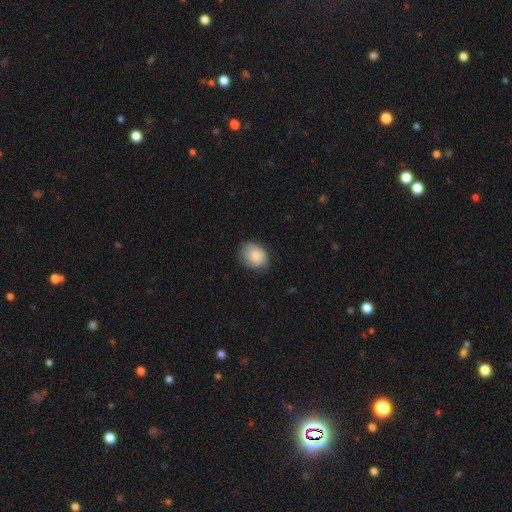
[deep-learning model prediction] Q: Smooth or featured?
A: smooth (84%); runner-up: featured or disk (9%)
Q: How rounded?
A: in between (55%); runner-up: round (44%)
Q: Merging?
A: none (73%); runner-up: minor disturbance (22%)